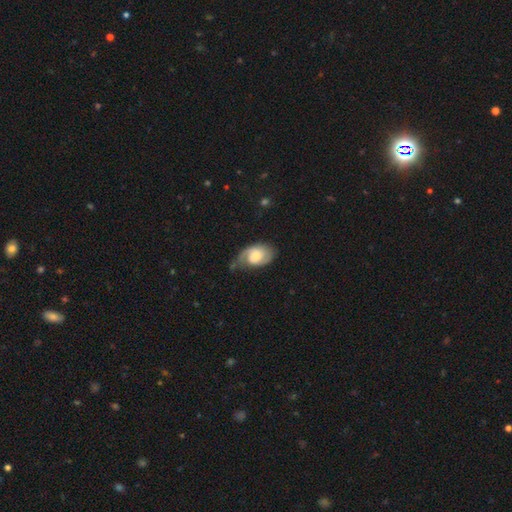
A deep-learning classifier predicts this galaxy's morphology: Q: Smooth or featured?
A: featured or disk (65%); runner-up: smooth (29%)
Q: Edge-on disk?
A: no (96%); runner-up: yes (4%)
Q: Bar?
A: no (67%); runner-up: weak (28%)
Q: Spiral arms?
A: yes (90%); runner-up: no (10%)
Q: Spiral winding?
A: medium (40%); runner-up: tight (39%)
Q: Spiral arm count?
A: 2 (58%); runner-up: 1 (28%)
Q: Bulge size?
A: moderate (48%); runner-up: small (34%)
Q: Merging?
A: none (48%); runner-up: minor disturbance (31%)